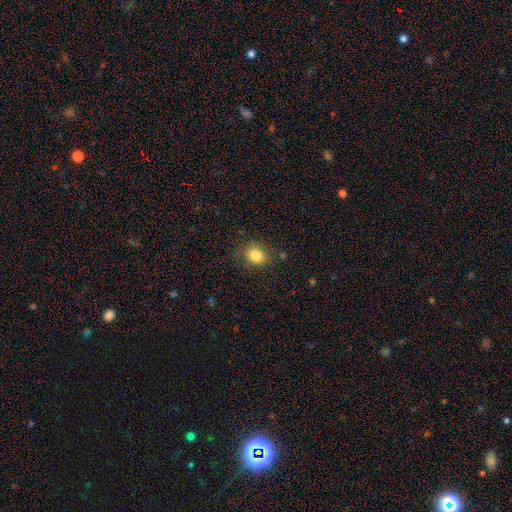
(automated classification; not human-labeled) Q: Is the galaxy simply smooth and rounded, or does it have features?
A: smooth — 84%.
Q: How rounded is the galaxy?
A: round — 55%.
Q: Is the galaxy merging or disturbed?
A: none — 77%.